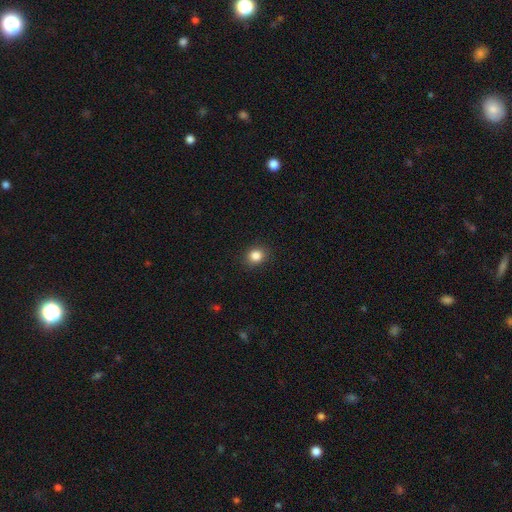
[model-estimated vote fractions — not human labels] smooth-or-featured: smooth: 85% | star or artifact: 11% | featured or disk: 4%
  how-rounded: round: 73% | in between: 26% | cigar-shaped: 1%
  merging: none: 89% | minor disturbance: 8% | major disturbance: 2% | merger: 1%